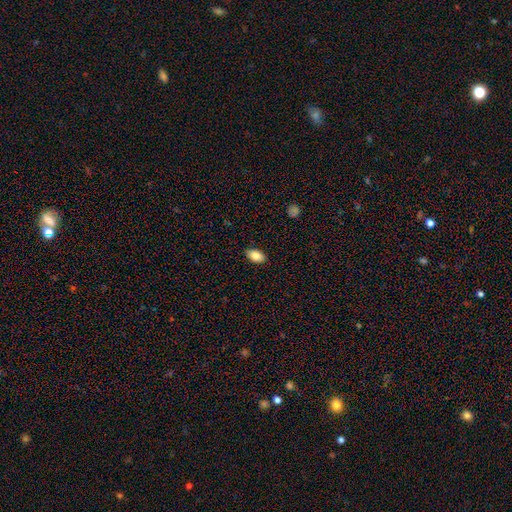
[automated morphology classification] smooth-or-featured: smooth: 84% | featured or disk: 8% | star or artifact: 7%
  how-rounded: in between: 92% | round: 6% | cigar-shaped: 2%
  merging: none: 87% | minor disturbance: 10% | major disturbance: 2% | merger: 1%